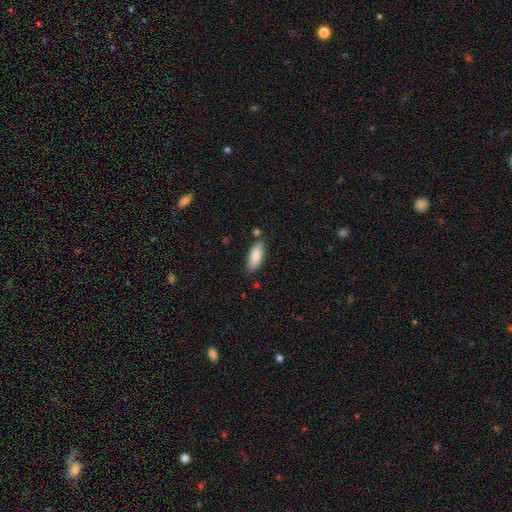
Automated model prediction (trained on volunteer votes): The model was most divided on "how rounded": in between: 75%, cigar-shaped: 23%, round: 2%. More confident: smooth or featured — smooth (86%); merging — none (81%).